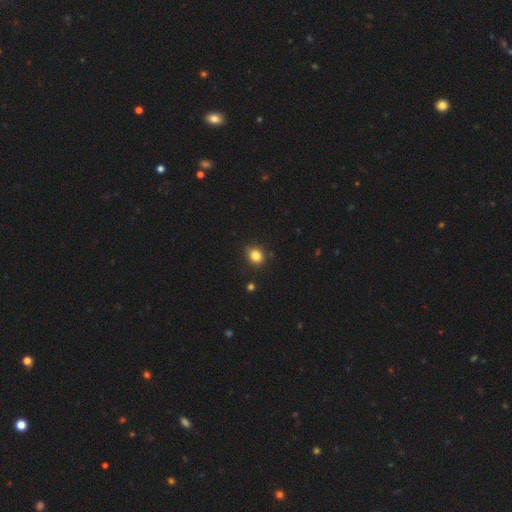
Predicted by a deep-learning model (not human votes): This appears to be a smooth galaxy with no disk features (83%) that is round (68%). Merging: none (87%).